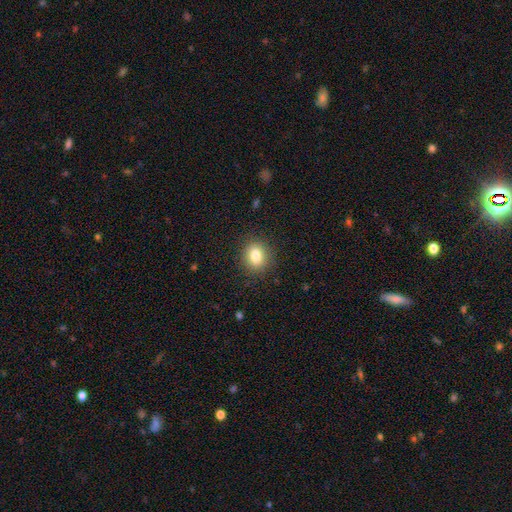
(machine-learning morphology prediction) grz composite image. It shows a smooth galaxy with no disk features (82%) that is round (58%). Merging: none (88%).